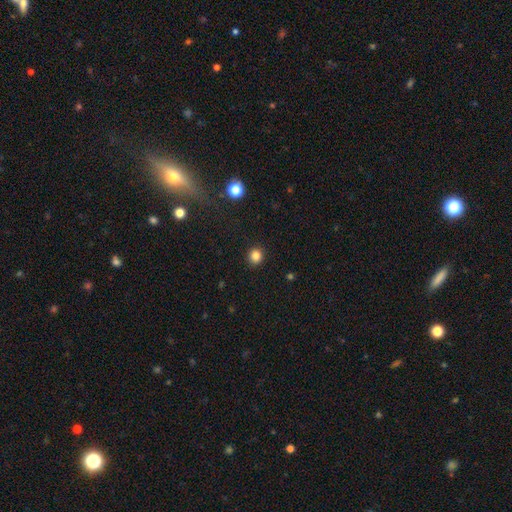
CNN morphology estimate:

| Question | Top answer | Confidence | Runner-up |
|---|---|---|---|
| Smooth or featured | smooth | 84% | star or artifact (12%) |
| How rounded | round | 88% | in between (11%) |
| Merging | none | 92% | minor disturbance (5%) |